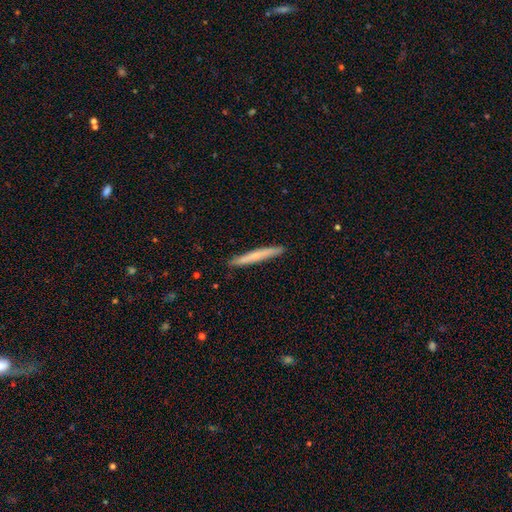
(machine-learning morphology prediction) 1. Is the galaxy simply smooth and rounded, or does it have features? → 57% smooth, 37% featured or disk, 6% star or artifact.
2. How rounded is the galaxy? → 96% cigar-shaped, 2% in between, 1% round.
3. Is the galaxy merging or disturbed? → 91% none, 7% minor disturbance, 1% major disturbance, 1% merger.